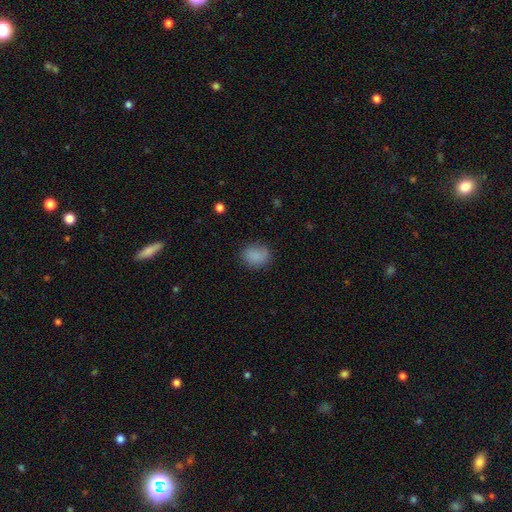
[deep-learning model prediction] Overall: smooth (86%). How rounded: in between (54%; round 45%). Merging: none (79%).